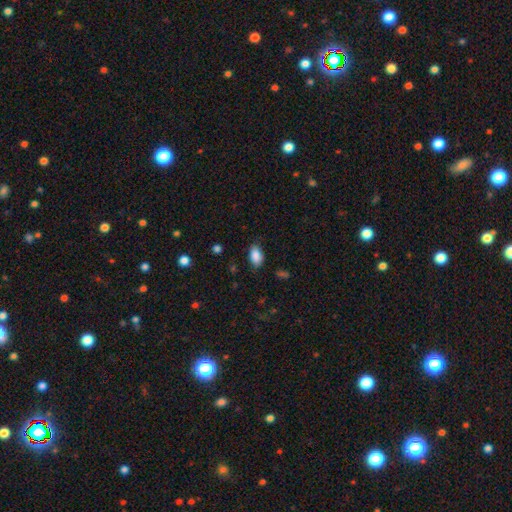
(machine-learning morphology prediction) Smooth or featured?
  - smooth: 88% *
  - star or artifact: 8%
  - featured or disk: 5%
How rounded?
  - in between: 92% *
  - round: 5%
  - cigar-shaped: 2%
Merging?
  - none: 80% *
  - minor disturbance: 16%
  - major disturbance: 3%
  - merger: 1%